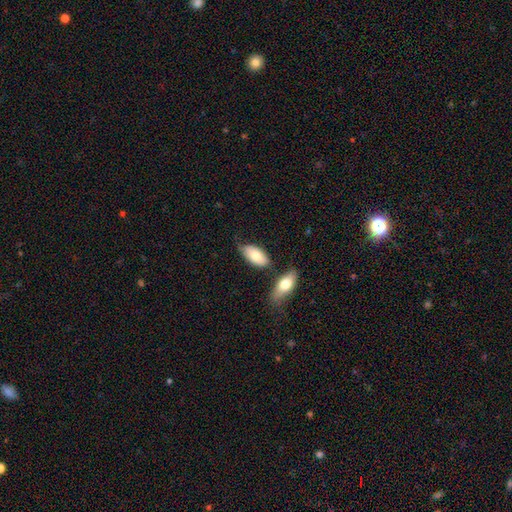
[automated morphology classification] This appears to be a smooth galaxy with no disk features (78%) that is in between round and cigar-shaped (93%). Merging: none (62%).